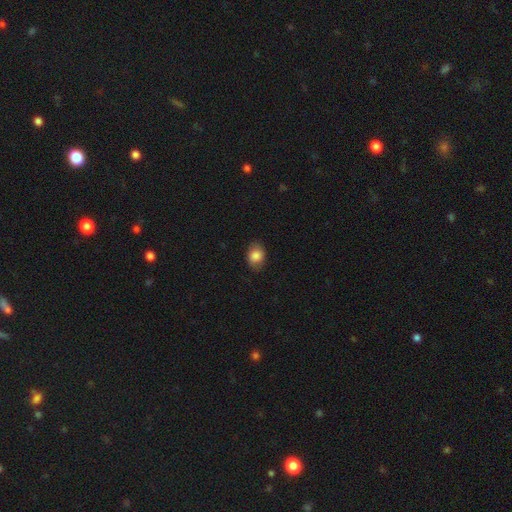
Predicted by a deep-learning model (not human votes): Smooth or featured? smooth (83%)
How rounded? in between (63%)
Merging? none (78%)